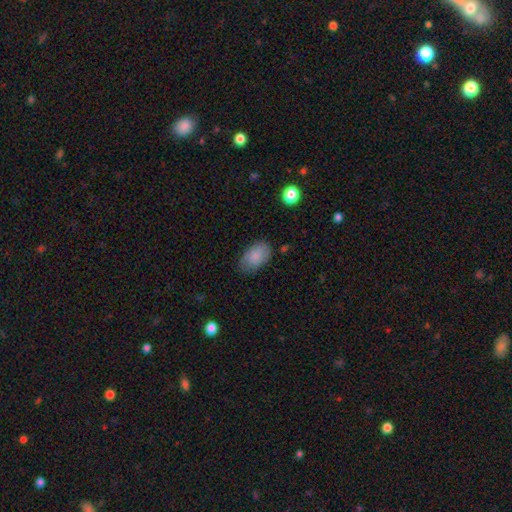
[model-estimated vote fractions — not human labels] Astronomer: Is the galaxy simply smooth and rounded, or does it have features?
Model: smooth — 86%.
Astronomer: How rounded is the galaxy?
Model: in between — 92%.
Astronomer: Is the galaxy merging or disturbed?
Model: none — 72%.